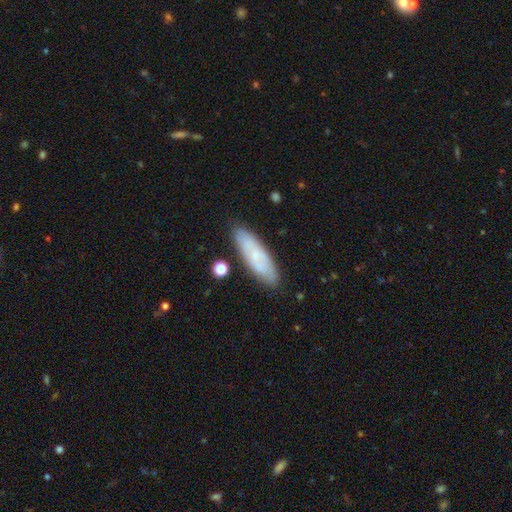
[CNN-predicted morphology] Smooth or featured? smooth (54%)
How rounded? cigar-shaped (52%)
Merging? none (82%)